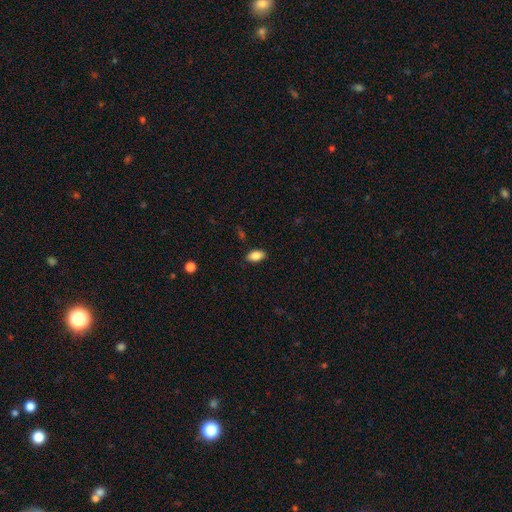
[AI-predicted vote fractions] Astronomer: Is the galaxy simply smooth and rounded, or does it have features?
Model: smooth — 86%.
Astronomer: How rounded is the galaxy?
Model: in between — 92%.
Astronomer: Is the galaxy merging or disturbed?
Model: none — 86%.